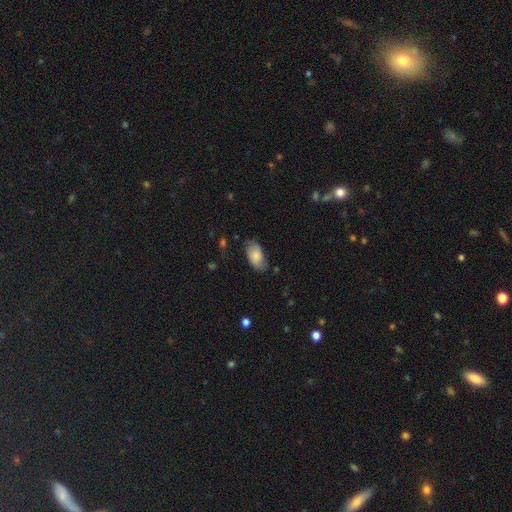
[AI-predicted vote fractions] This is likely a smooth galaxy (79%). How rounded: clearly in between (94%). Merging: likely none (72%).